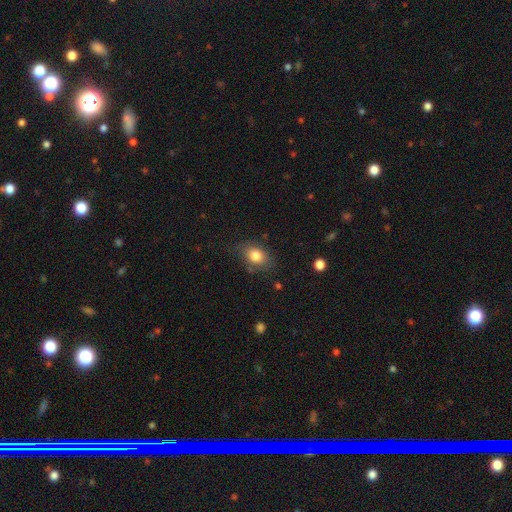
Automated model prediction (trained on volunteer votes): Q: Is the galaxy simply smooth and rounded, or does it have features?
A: smooth — 80%.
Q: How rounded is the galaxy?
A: in between — 71%.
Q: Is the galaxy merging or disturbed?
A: none — 71%.